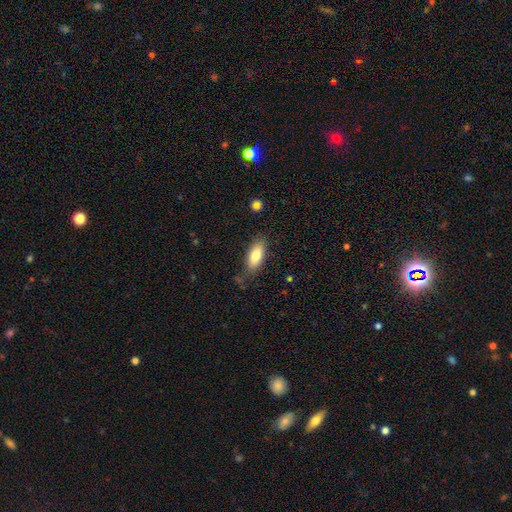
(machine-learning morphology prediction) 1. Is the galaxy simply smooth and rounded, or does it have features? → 79% smooth, 14% featured or disk, 7% star or artifact.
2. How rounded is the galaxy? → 79% in between, 19% cigar-shaped, 2% round.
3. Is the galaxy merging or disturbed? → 78% none, 16% minor disturbance, 4% major disturbance, 2% merger.